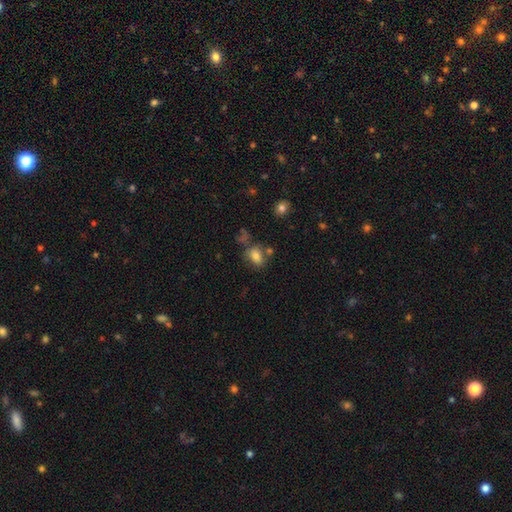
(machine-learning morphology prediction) Smooth or featured: smooth — 78% (star or artifact — 12%)
How rounded: in between — 78% (round — 20%)
Merging: none — 52% (minor disturbance — 20%)